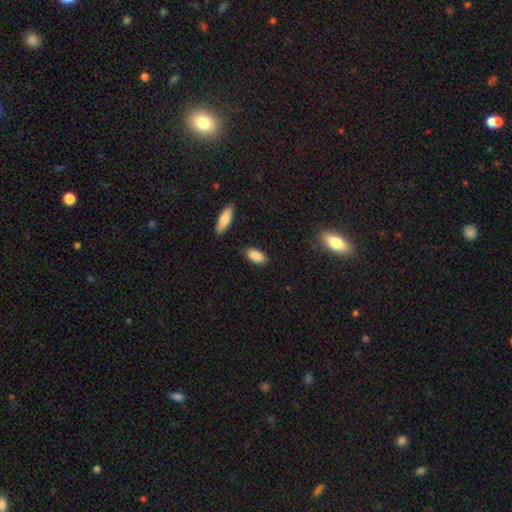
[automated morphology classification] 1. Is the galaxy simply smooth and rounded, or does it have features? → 88% smooth, 7% star or artifact, 5% featured or disk.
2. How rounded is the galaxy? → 90% in between, 7% cigar-shaped, 3% round.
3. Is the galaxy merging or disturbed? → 86% none, 10% minor disturbance, 2% major disturbance, 2% merger.